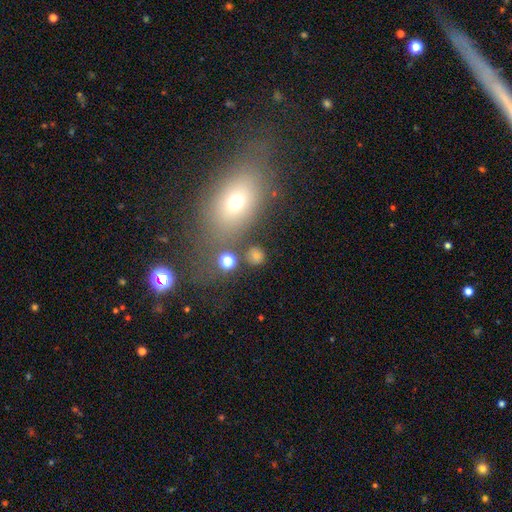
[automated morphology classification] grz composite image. It shows a smooth galaxy with no disk features (75%) that is round (85%). Merging: none (79%).